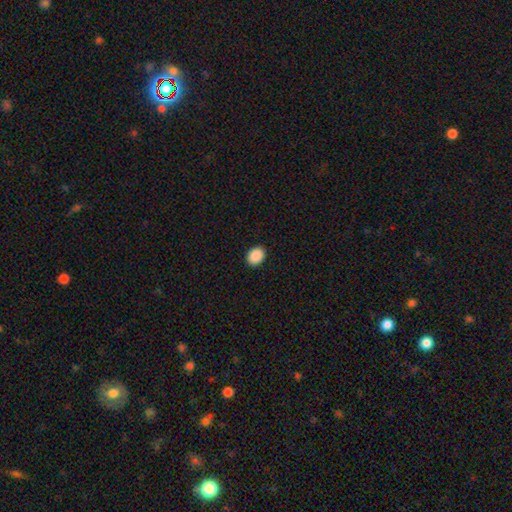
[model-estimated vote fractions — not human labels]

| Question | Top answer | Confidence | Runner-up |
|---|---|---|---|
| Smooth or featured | smooth | 90% | star or artifact (8%) |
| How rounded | in between | 56% | round (44%) |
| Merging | none | 91% | minor disturbance (6%) |